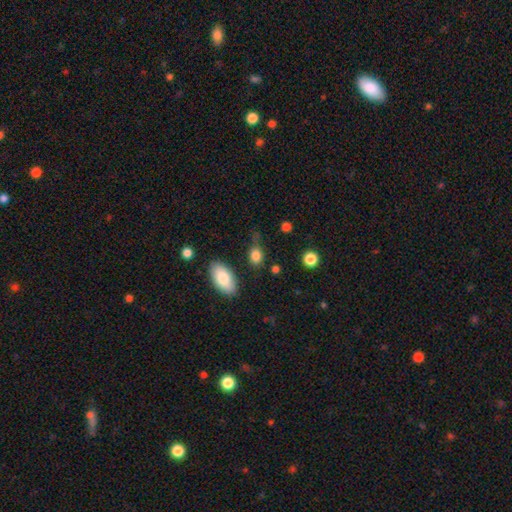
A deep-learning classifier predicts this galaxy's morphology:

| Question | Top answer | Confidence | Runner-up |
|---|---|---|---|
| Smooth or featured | smooth | 85% | star or artifact (9%) |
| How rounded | in between | 68% | round (29%) |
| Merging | none | 62% | minor disturbance (23%) |